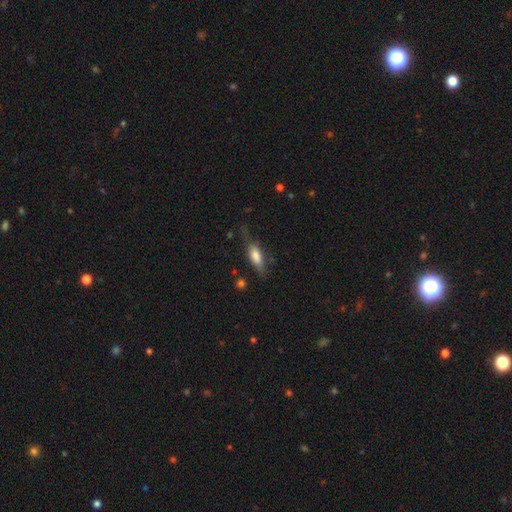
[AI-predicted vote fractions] Morphology: type=smooth (69%); roundness=in between (65%); merging=none (57%).